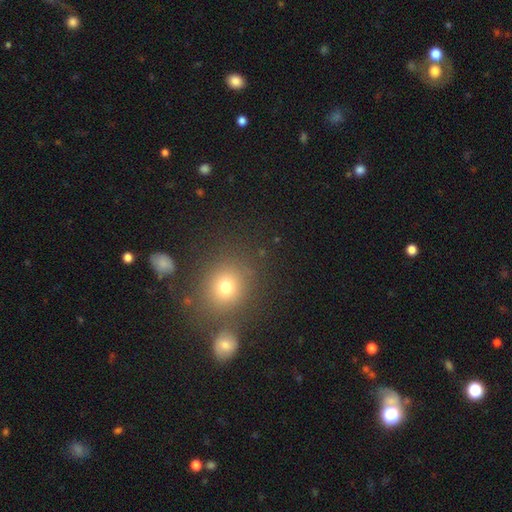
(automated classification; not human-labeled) Smooth or featured? Predicted: smooth (p=0.57). How rounded? Predicted: round (p=0.81). Merging? Predicted: none (p=0.77).